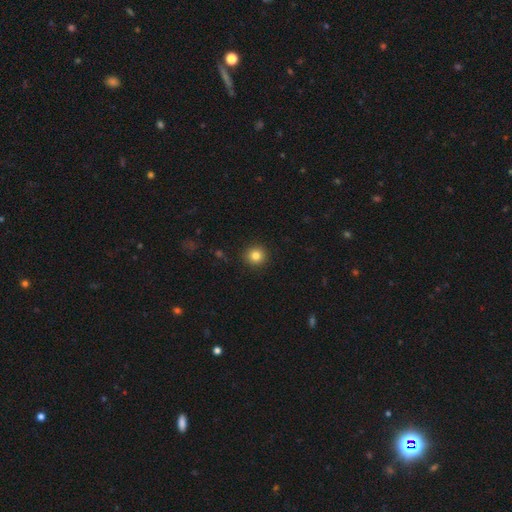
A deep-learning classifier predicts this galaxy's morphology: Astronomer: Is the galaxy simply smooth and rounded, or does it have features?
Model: smooth — 82%.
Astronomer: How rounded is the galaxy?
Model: round — 94%.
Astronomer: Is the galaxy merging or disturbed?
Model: none — 92%.